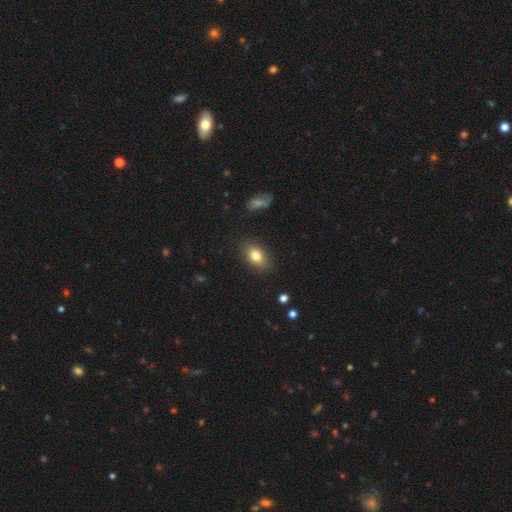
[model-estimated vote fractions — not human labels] This is clearly a smooth galaxy (81%). How rounded: clearly in between (86%). Merging: clearly none (85%).